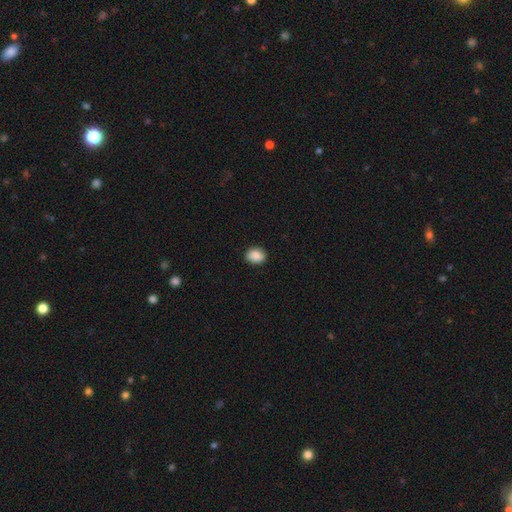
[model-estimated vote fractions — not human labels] smooth 89%, star or artifact 8%, featured or disk 4%. Down the decision tree: how rounded — in between (54%); merging — none (89%).